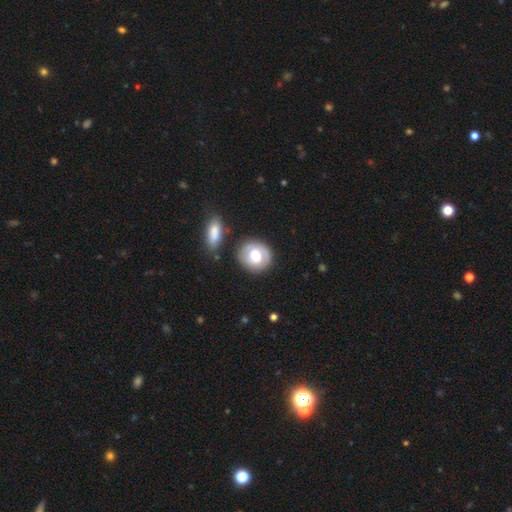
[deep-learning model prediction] Q: Smooth or featured?
A: smooth (62%); runner-up: featured or disk (30%)
Q: How rounded?
A: round (82%); runner-up: in between (17%)
Q: Merging?
A: none (79%); runner-up: minor disturbance (12%)